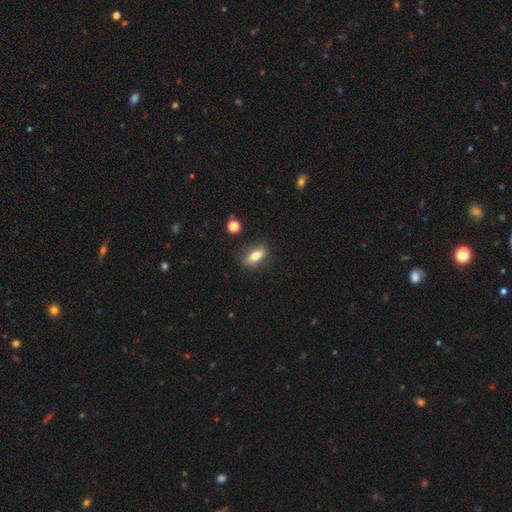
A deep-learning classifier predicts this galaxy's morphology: A smooth galaxy with no disk features (75%) that is in between round and cigar-shaped (76%). Merging: none (83%).